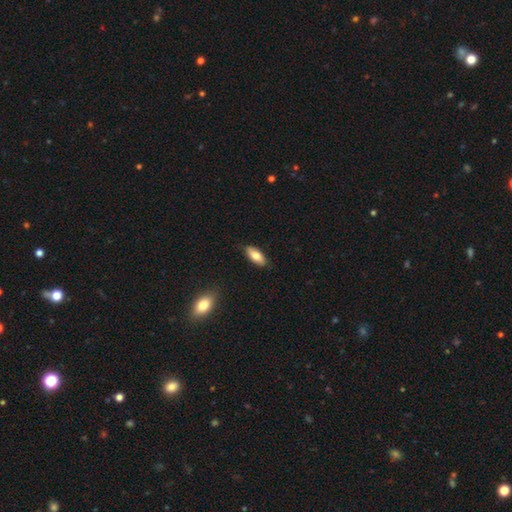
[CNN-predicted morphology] The model was most divided on "smooth or featured": smooth: 78%, featured or disk: 15%, star or artifact: 6%. More confident: merging — none (85%); how rounded — in between (83%).